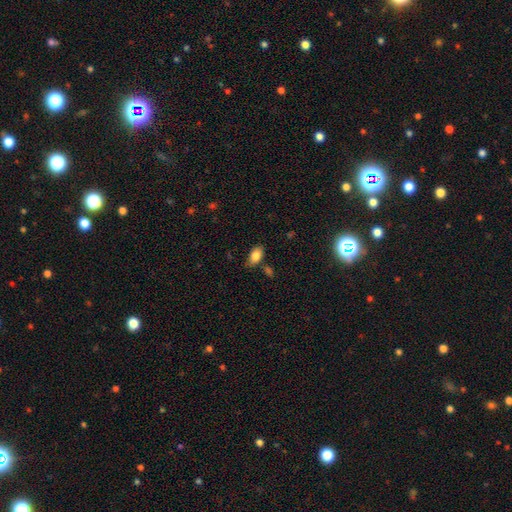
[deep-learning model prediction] smooth-or-featured: smooth: 84% | featured or disk: 8% | star or artifact: 8%
  how-rounded: in between: 91% | round: 6% | cigar-shaped: 2%
  merging: none: 71% | minor disturbance: 20% | merger: 6% | major disturbance: 4%